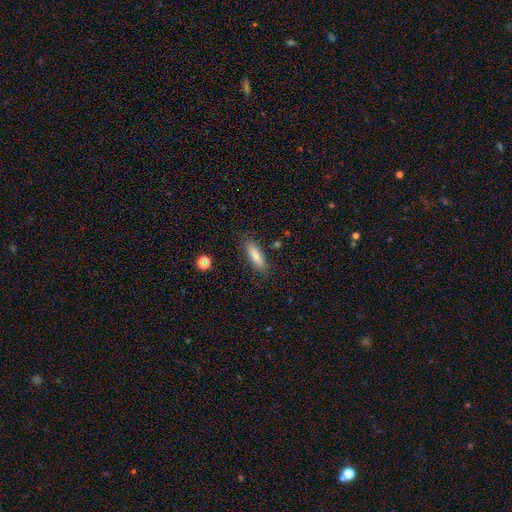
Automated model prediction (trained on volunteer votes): Morphology: type=smooth (80%); roundness=cigar-shaped (49%, tied with in between); merging=none (83%).